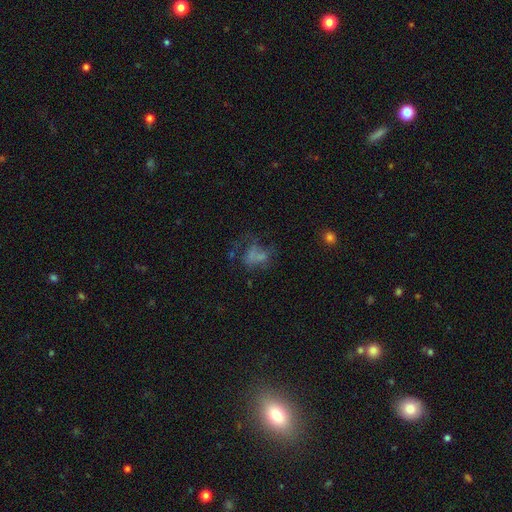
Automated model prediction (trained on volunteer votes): Smooth or featured?
  - smooth: 48% *
  - featured or disk: 32%
  - star or artifact: 20%
Merging?
  - major disturbance: 34% *
  - none: 32%
  - minor disturbance: 19%
  - merger: 15%